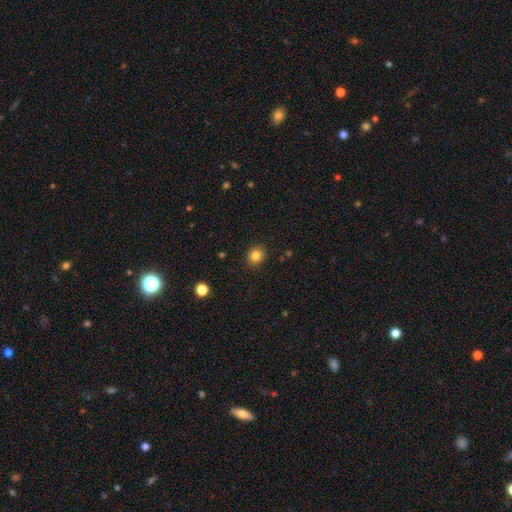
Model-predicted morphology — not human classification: Smooth or featured? Predicted: smooth (p=0.83). How rounded? Predicted: round (p=0.69). Merging? Predicted: none (p=0.89).